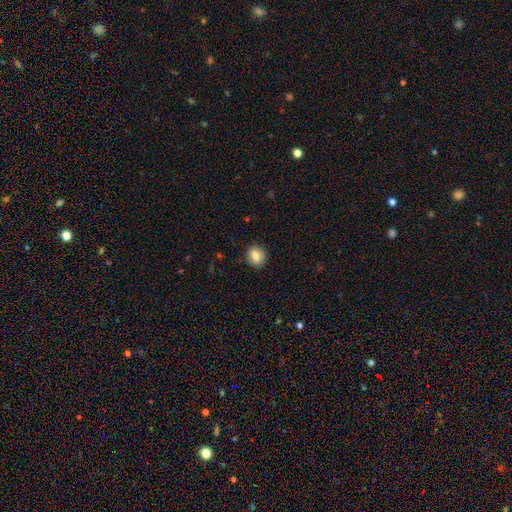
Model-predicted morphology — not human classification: smooth 84%, star or artifact 8%, featured or disk 8%. Down the decision tree: how rounded — round (67%); merging — none (89%).